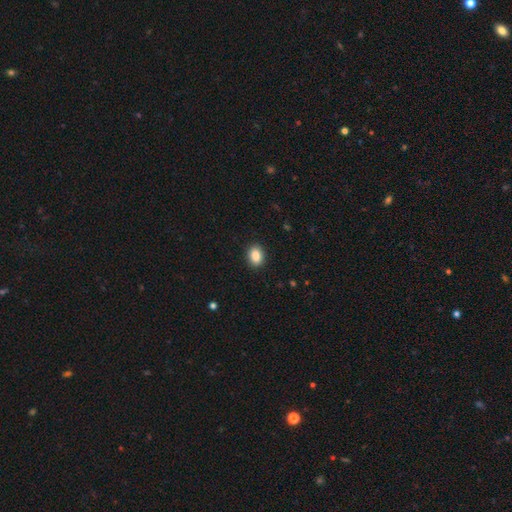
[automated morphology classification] This appears to be a smooth galaxy with no disk features (87%) that is in between round and cigar-shaped (66%). Merging: none (91%).